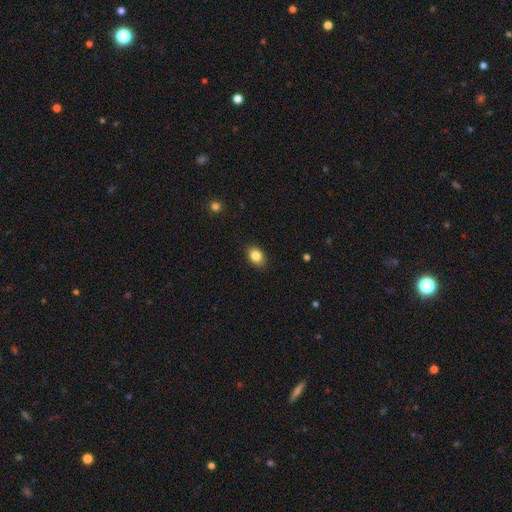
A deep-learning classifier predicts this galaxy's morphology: smooth 85%, star or artifact 9%, featured or disk 7%. Down the decision tree: how rounded — in between (77%); merging — none (87%).